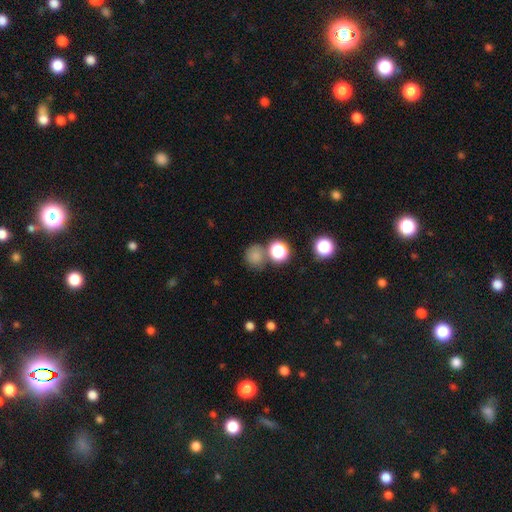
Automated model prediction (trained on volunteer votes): smooth-or-featured: smooth: 74% | star or artifact: 19% | featured or disk: 7%
  how-rounded: round: 85% | in between: 14% | cigar-shaped: 1%
  merging: none: 66% | merger: 17% | minor disturbance: 12% | major disturbance: 5%